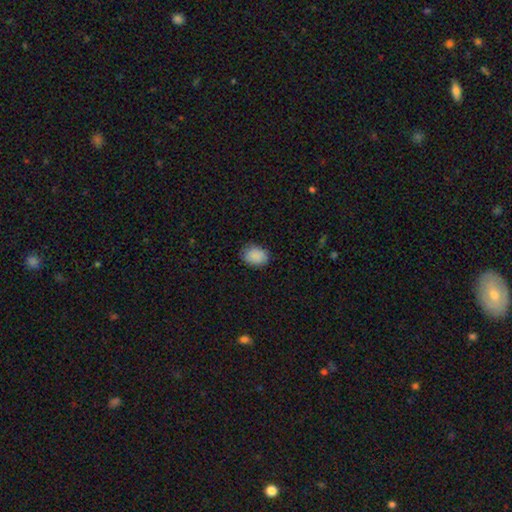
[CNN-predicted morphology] This is clearly a smooth galaxy (89%). How rounded: likely in between (69%). Merging: clearly none (83%).